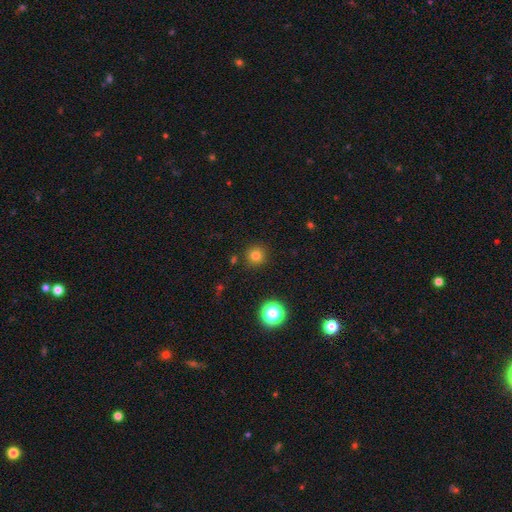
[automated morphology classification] Smooth or featured? smooth (79%)
How rounded? round (94%)
Merging? none (89%)